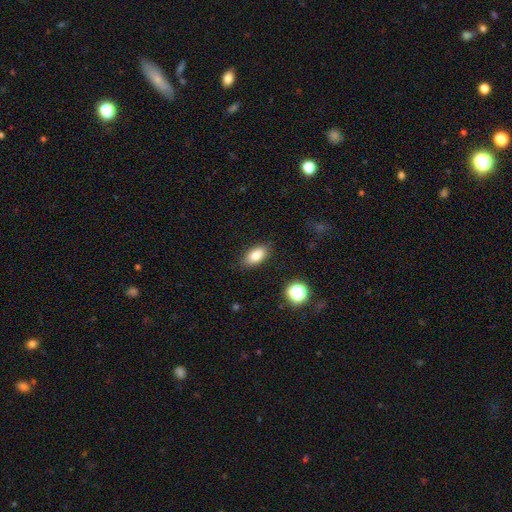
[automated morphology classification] Overall: smooth (82%). How rounded: in between (90%). Merging: none (85%).